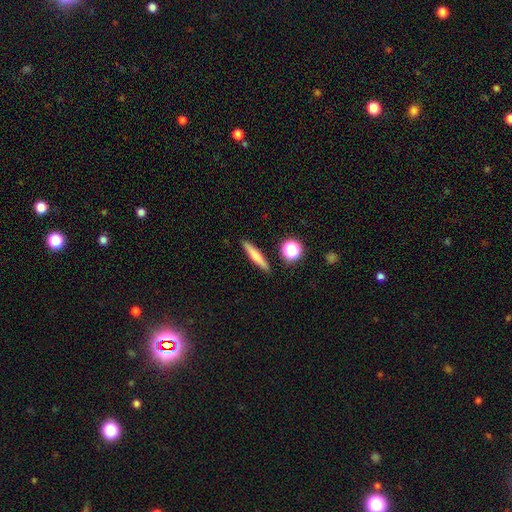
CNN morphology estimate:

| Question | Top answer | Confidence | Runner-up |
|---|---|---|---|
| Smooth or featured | smooth | 68% | featured or disk (24%) |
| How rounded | cigar-shaped | 89% | in between (8%) |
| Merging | none | 89% | minor disturbance (7%) |